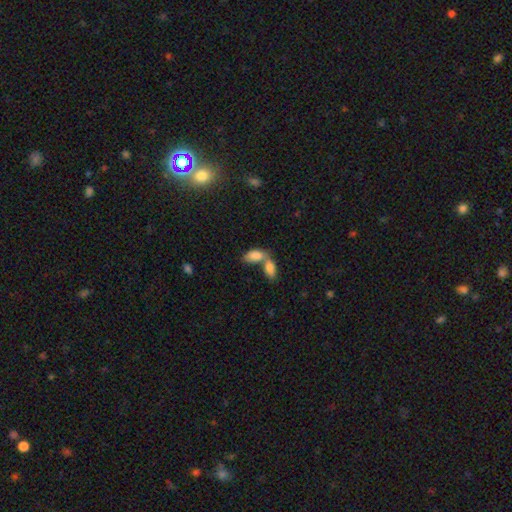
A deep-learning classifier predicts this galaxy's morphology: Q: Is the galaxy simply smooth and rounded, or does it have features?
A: smooth — 83%.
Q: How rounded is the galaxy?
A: in between — 92%.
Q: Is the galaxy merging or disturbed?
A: merger — 66%.